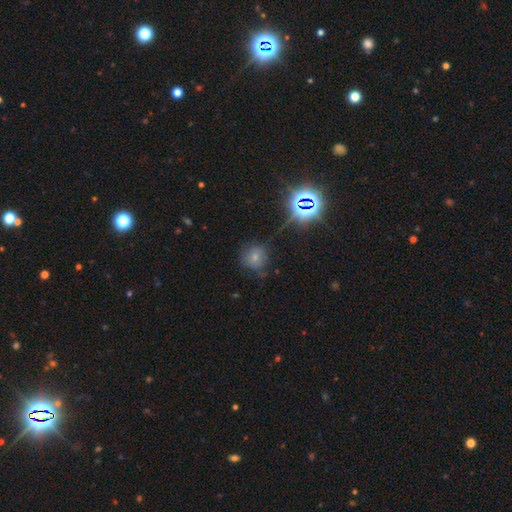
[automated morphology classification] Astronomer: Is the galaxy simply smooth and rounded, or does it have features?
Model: smooth — 61%.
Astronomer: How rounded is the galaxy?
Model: round — 84%.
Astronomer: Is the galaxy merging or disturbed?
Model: none — 68%.